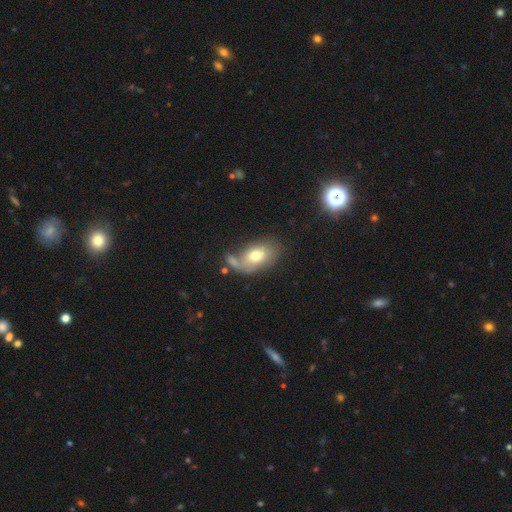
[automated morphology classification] Smooth or featured?
  - smooth: 71% *
  - featured or disk: 20%
  - star or artifact: 9%
How rounded?
  - in between: 86% *
  - round: 13%
  - cigar-shaped: 2%
Merging?
  - none: 47% *
  - merger: 22%
  - minor disturbance: 19%
  - major disturbance: 12%